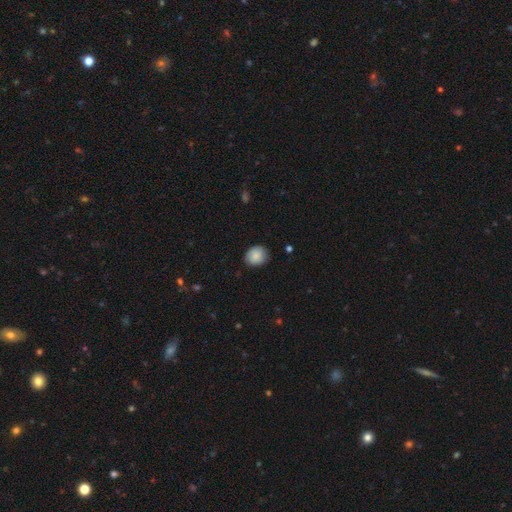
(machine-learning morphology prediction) smooth 86%, star or artifact 7%, featured or disk 7%. Down the decision tree: how rounded — round (67%); merging — none (82%).